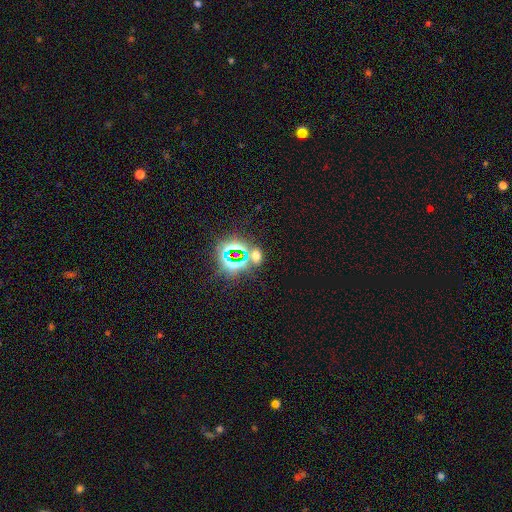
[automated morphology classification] Q: Smooth or featured?
A: star or artifact (58%); runner-up: smooth (34%)